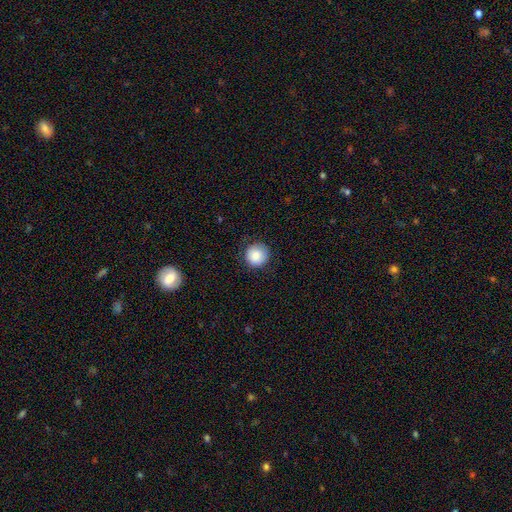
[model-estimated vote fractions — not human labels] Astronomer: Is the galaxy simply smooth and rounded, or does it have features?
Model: smooth — 87%.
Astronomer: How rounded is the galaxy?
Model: round — 95%.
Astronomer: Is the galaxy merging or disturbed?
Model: none — 84%.